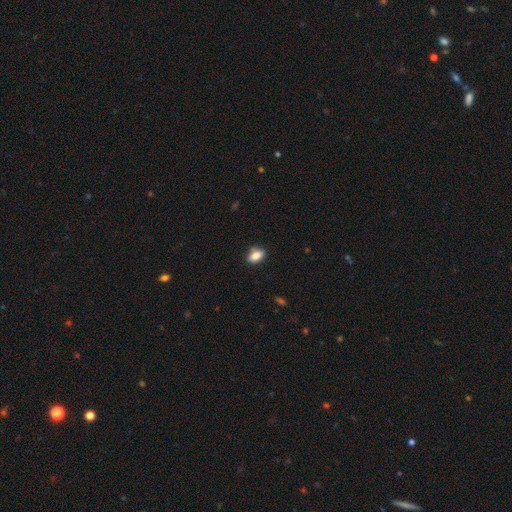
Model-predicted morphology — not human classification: Overall: smooth (84%). How rounded: in between (86%). Merging: none (78%).